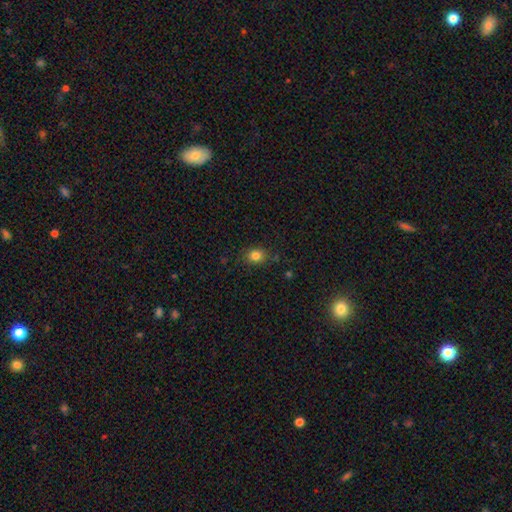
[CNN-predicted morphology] Smooth or featured? smooth (82%)
How rounded? round (59%)
Merging? none (81%)